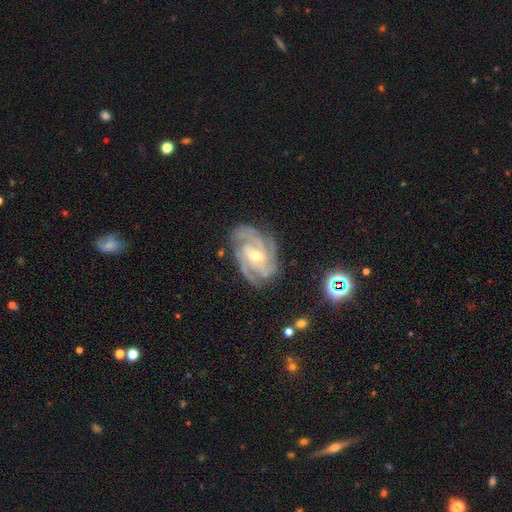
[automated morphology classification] The model was most divided on "bar": no: 42%, weak: 41%, strong: 18%. Remaining: spiral arms — yes (98%); edge-on disk — no (97%); smooth or featured — featured or disk (90%); merging — none (77%); spiral winding — tight (60%); bulge size — small (52%); spiral arm count — 3 (38%).